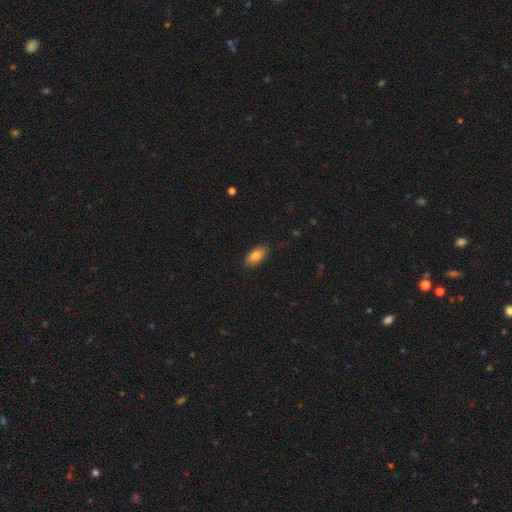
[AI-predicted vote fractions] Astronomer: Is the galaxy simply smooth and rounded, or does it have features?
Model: smooth — 82%.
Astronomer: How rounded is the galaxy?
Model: in between — 90%.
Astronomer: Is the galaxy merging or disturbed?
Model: none — 87%.